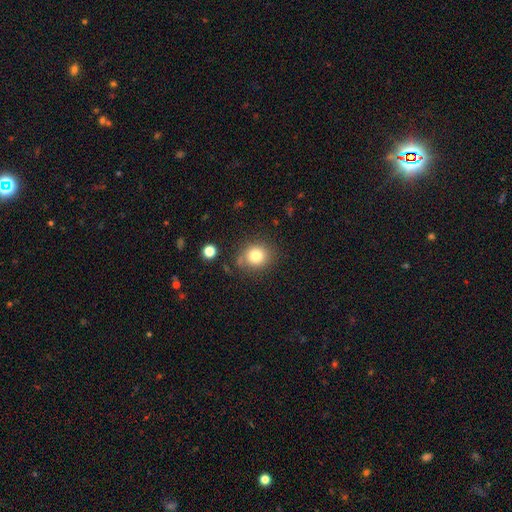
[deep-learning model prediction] A smooth galaxy with no disk features (79%) that is round (81%). Merging: none (76%).